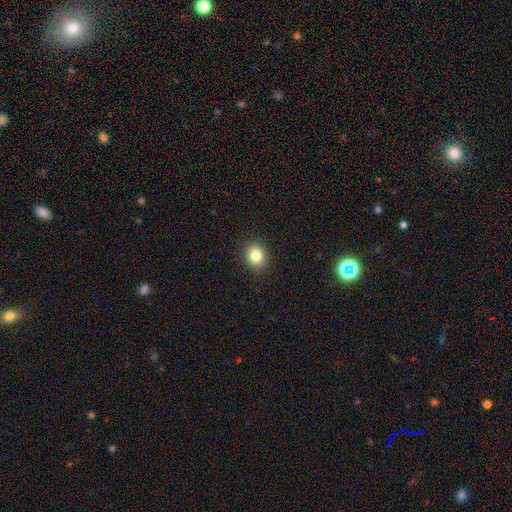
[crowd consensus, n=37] A smooth galaxy with no disk features (84%) that is round (55%).

Vote fractions:
- Smooth or featured? smooth: 84% / featured or disk: 8% / star or artifact: 8%
- How rounded? round: 55% / in between: 45% / cigar-shaped: 0%
- Merging? none: 100% / minor disturbance: 0% / major disturbance: 0% / merger: 0%